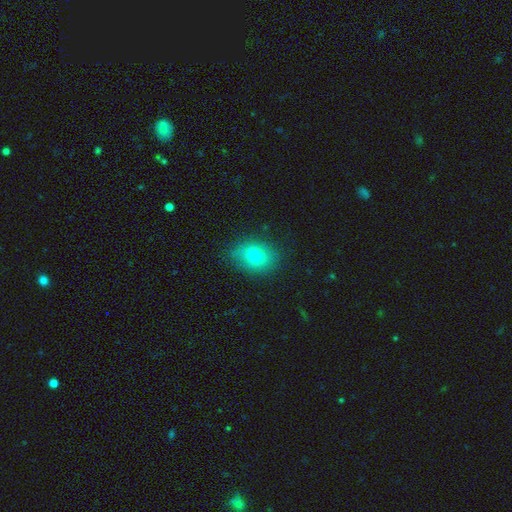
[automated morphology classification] Smooth or featured? smooth (75%)
How rounded? in between (55%)
Merging? none (79%)